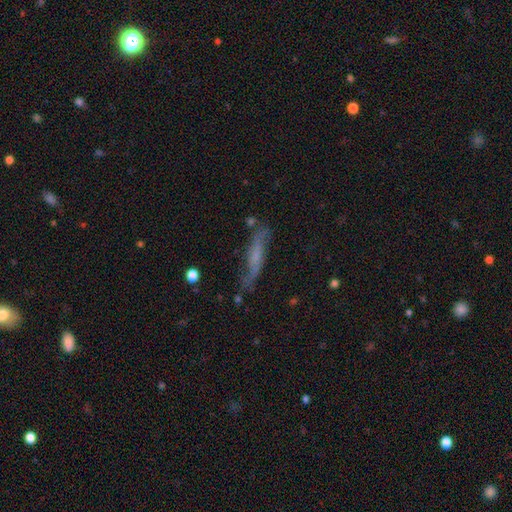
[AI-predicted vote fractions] Smooth or featured: featured or disk — 56% (smooth — 33%)
Edge-on disk: yes — 51% (no — 49%)
Merging: none — 63% (minor disturbance — 23%)